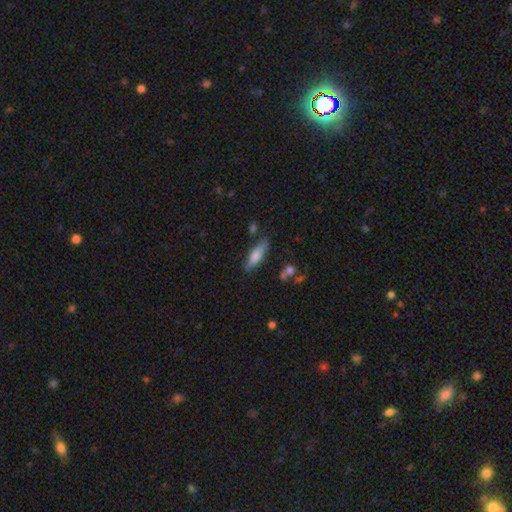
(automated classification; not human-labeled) The model was most divided on "how rounded": cigar-shaped: 62%, in between: 36%, round: 2%. More confident: merging — none (74%); smooth or featured — smooth (68%).